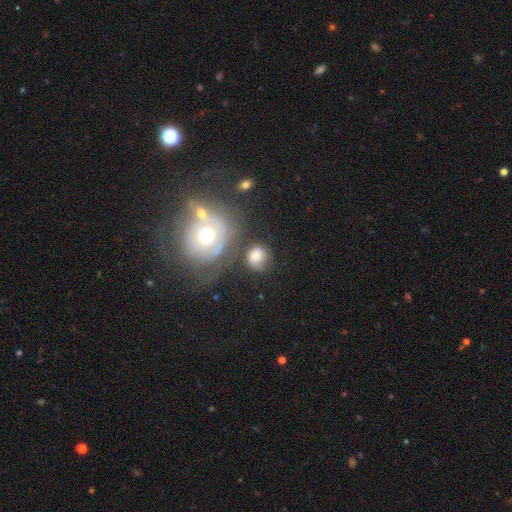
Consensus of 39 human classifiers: smooth-or-featured: smooth: 74% | featured or disk: 26% | star or artifact: 0%
  how-rounded: round: 93% | in between: 7% | cigar-shaped: 0%
  merging: none: 46% | major disturbance: 26% | minor disturbance: 18% | merger: 10%